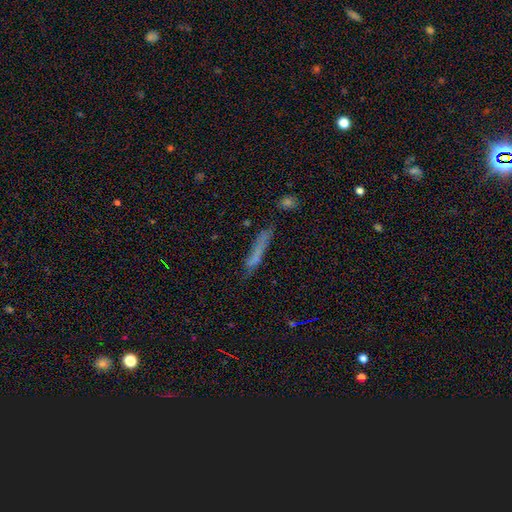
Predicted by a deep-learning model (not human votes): Smooth or featured? smooth (56%)
How rounded? cigar-shaped (93%)
Merging? none (76%)